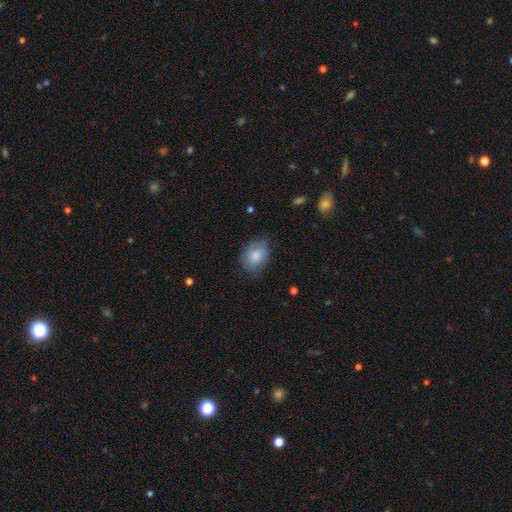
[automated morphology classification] This appears to be a smooth galaxy with no disk features (74%) that is in between round and cigar-shaped (71%). Merging: none (66%).